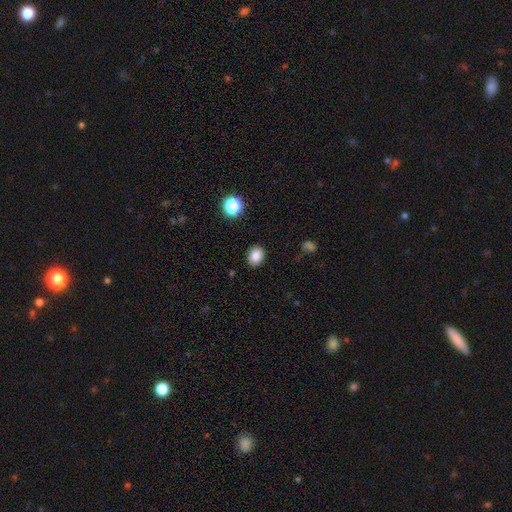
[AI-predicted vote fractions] This appears to be a smooth galaxy with no disk features (84%) that is in between round and cigar-shaped (56%). Merging: none (87%).